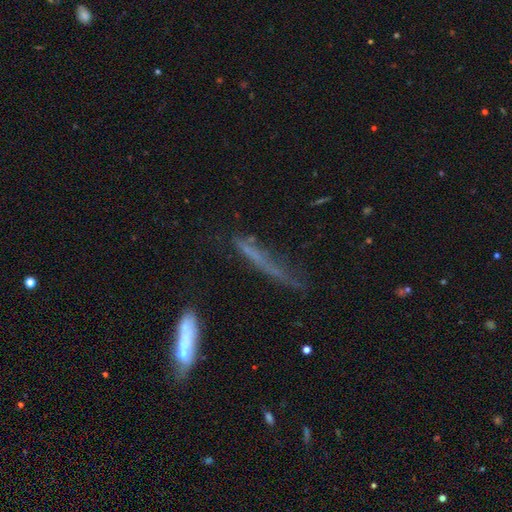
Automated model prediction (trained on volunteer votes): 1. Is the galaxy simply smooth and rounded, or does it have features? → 47% smooth, 38% featured or disk, 15% star or artifact.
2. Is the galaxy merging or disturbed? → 47% none, 26% minor disturbance, 20% major disturbance, 7% merger.